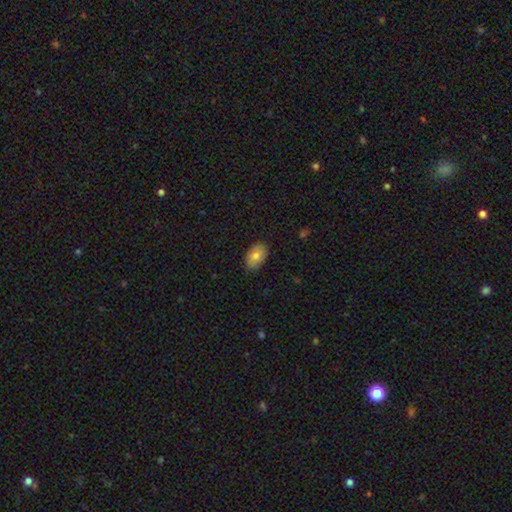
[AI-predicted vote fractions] Morphology: type=smooth (80%); roundness=in between (91%); merging=none (85%).